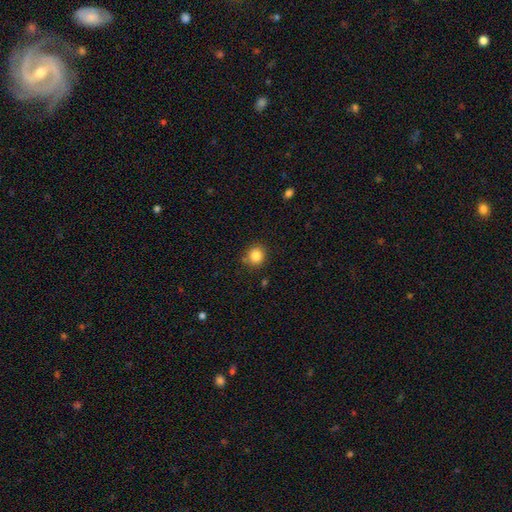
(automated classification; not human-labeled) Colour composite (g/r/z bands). It shows a smooth galaxy with no disk features (85%) that is round (88%). Merging: none (81%).